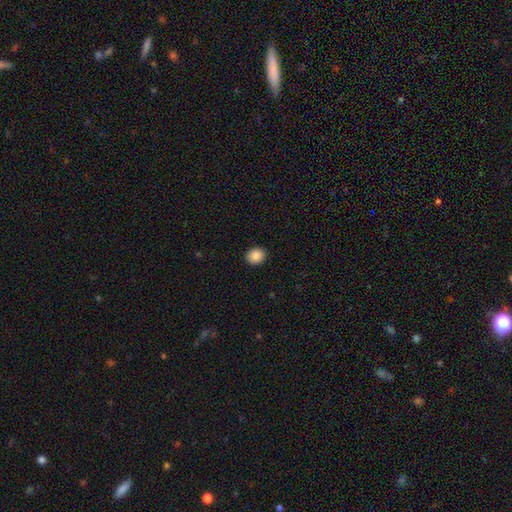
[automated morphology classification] smooth-or-featured: smooth: 88% | star or artifact: 9% | featured or disk: 3%
  how-rounded: round: 56% | in between: 43% | cigar-shaped: 1%
  merging: none: 92% | minor disturbance: 6% | major disturbance: 2% | merger: 1%